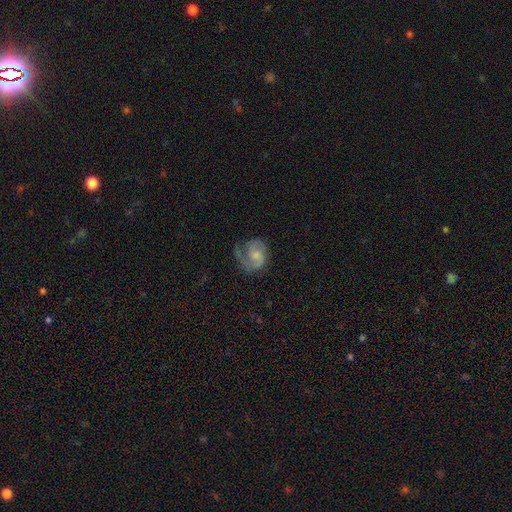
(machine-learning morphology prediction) Q: Smooth or featured?
A: featured or disk (63%); runner-up: smooth (30%)
Q: Edge-on disk?
A: no (98%); runner-up: yes (2%)
Q: Bar?
A: no (68%); runner-up: weak (28%)
Q: Spiral arms?
A: yes (88%); runner-up: no (12%)
Q: Spiral winding?
A: medium (43%); runner-up: tight (29%)
Q: Spiral arm count?
A: 2 (44%); runner-up: 1 (41%)
Q: Bulge size?
A: moderate (40%); tied with: small (40%)
Q: Merging?
A: none (45%); runner-up: major disturbance (28%)